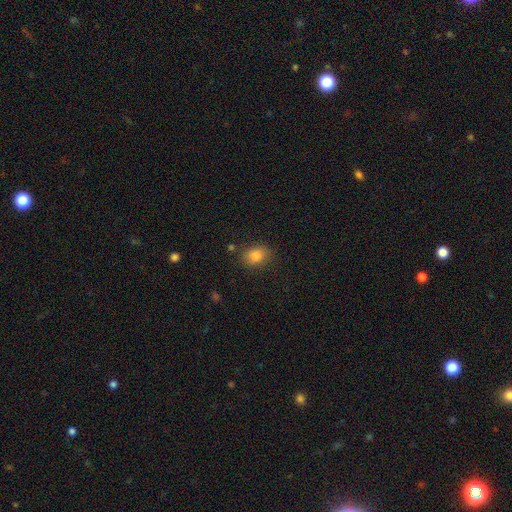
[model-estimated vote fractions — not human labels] The model was most divided on "how rounded": in between: 62%, round: 37%, cigar-shaped: 1%. More confident: smooth or featured — smooth (83%); merging — none (81%).